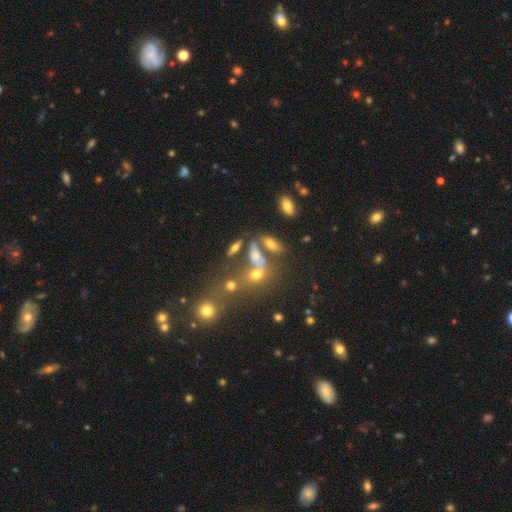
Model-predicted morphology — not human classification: Smooth or featured?
  - smooth: 55% *
  - featured or disk: 28%
  - star or artifact: 18%
How rounded?
  - in between: 60% *
  - cigar-shaped: 24%
  - round: 16%
Merging?
  - none: 42% *
  - merger: 35%
  - minor disturbance: 14%
  - major disturbance: 9%